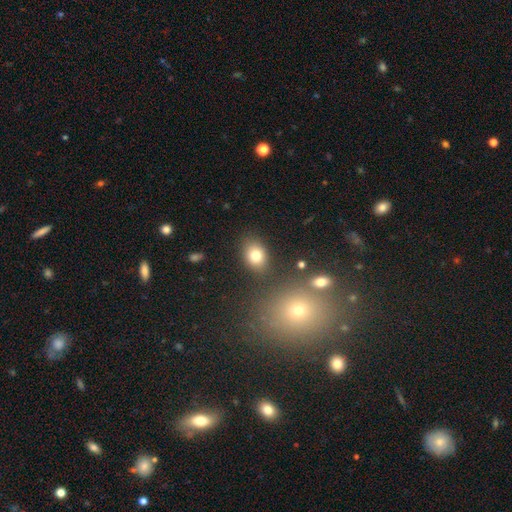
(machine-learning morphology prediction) smooth 80%, star or artifact 11%, featured or disk 9%. Down the decision tree: how rounded — in between (62%); merging — none (82%).